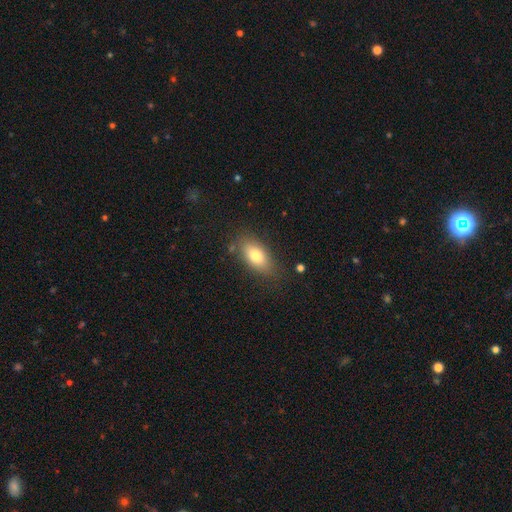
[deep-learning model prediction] Q: Smooth or featured?
A: smooth (77%); runner-up: featured or disk (15%)
Q: How rounded?
A: in between (88%); runner-up: cigar-shaped (7%)
Q: Merging?
A: none (79%); runner-up: minor disturbance (14%)